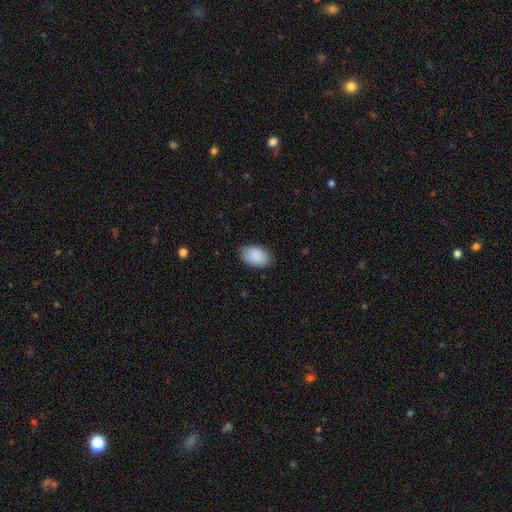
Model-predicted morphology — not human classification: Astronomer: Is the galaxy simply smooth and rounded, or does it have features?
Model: smooth — 90%.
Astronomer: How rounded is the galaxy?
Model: in between — 92%.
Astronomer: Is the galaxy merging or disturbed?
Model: none — 85%.